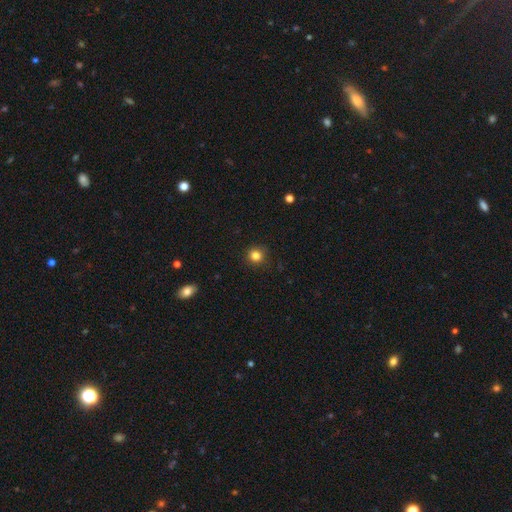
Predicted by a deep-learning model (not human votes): A smooth galaxy with no disk features (83%) that is round (92%). Merging: none (89%).